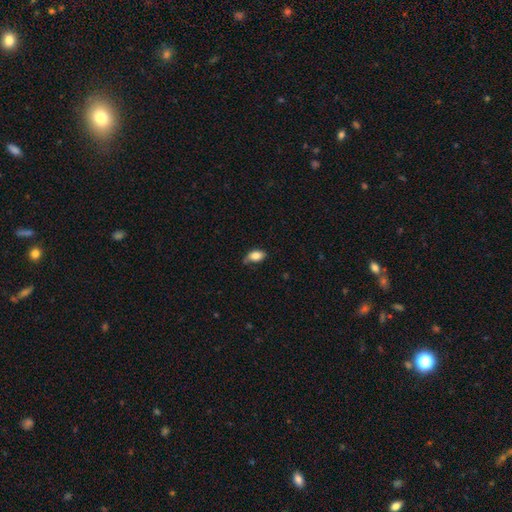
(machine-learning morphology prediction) smooth 82%, featured or disk 10%, star or artifact 8%. Down the decision tree: how rounded — in between (90%); merging — none (58%).